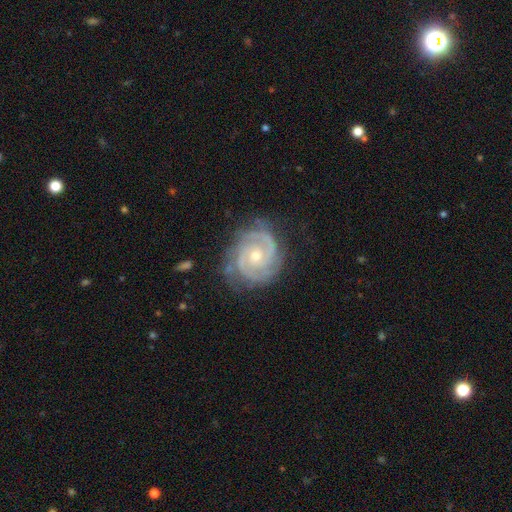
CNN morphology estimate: Q: Smooth or featured?
A: featured or disk (91%); runner-up: star or artifact (5%)
Q: Edge-on disk?
A: no (98%); runner-up: yes (2%)
Q: Bar?
A: no (69%); runner-up: weak (24%)
Q: Spiral arms?
A: yes (98%); runner-up: no (2%)
Q: Spiral winding?
A: tight (75%); runner-up: medium (22%)
Q: Spiral arm count?
A: 2 (53%); runner-up: 3 (26%)
Q: Bulge size?
A: moderate (49%); tied with: small (49%)
Q: Merging?
A: none (78%); runner-up: minor disturbance (16%)